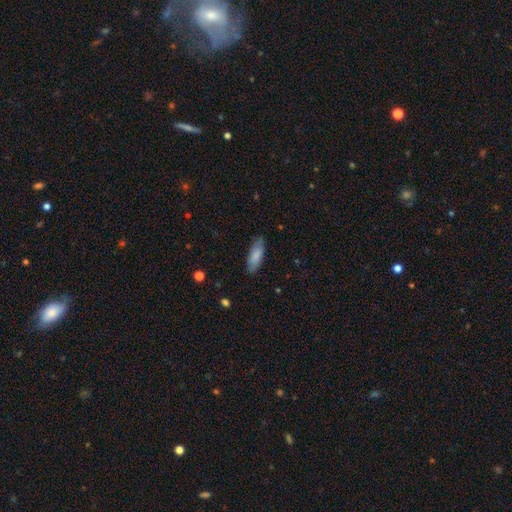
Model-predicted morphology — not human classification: This is clearly a smooth galaxy (83%). How rounded: likely in between (68%). Merging: clearly none (82%).